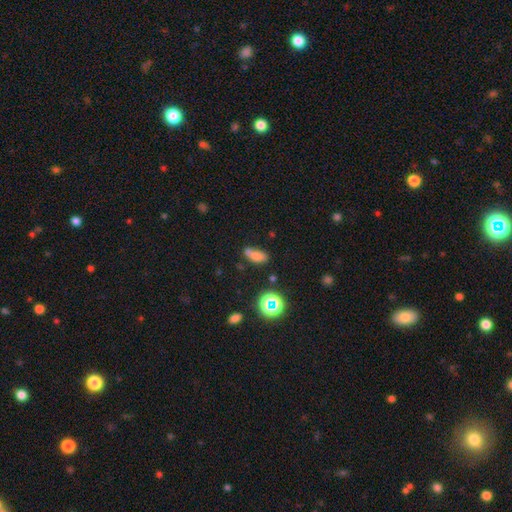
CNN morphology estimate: Q: Smooth or featured?
A: smooth (70%); runner-up: star or artifact (18%)
Q: How rounded?
A: in between (74%); runner-up: cigar-shaped (17%)
Q: Merging?
A: none (47%); runner-up: minor disturbance (24%)